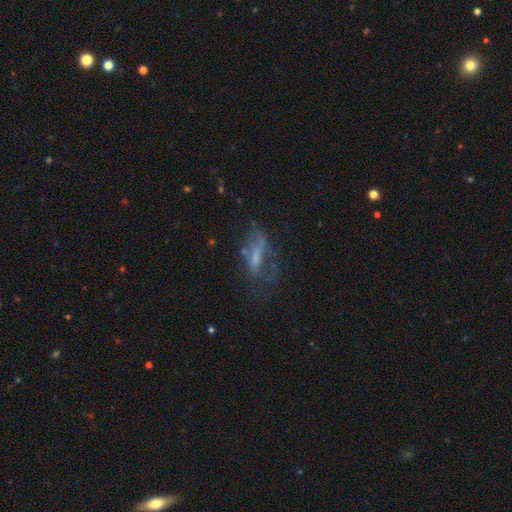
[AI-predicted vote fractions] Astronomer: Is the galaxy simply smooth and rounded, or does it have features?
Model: featured or disk — 50% (runner-up: smooth, 35%).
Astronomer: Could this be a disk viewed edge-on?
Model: no — 88%.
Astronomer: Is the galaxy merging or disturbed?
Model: major disturbance — 37% (runner-up: none, 36%).